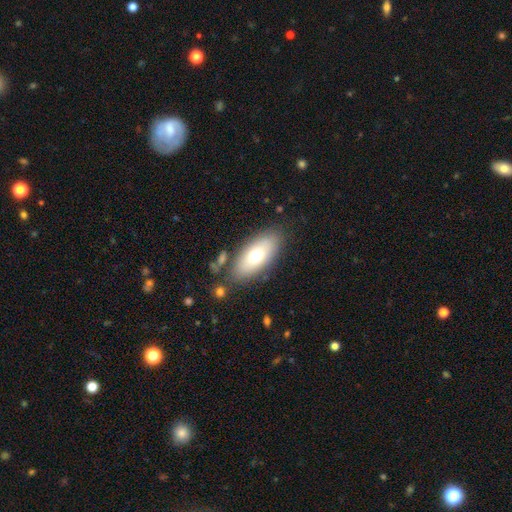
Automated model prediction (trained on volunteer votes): This is likely a smooth galaxy (68%). How rounded: clearly in between (86%). Merging: likely none (80%).